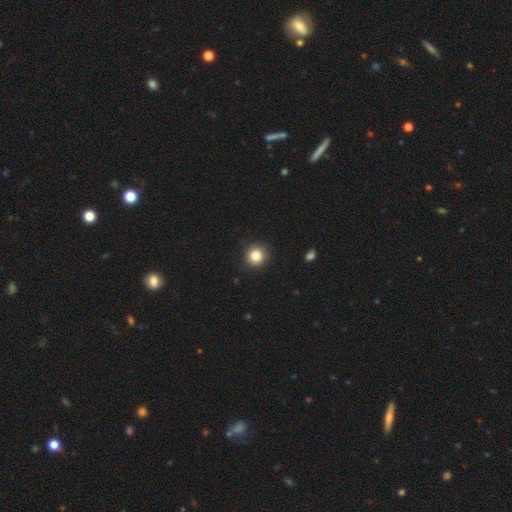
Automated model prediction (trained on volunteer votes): Smooth or featured? smooth (85%)
How rounded? round (92%)
Merging? none (90%)